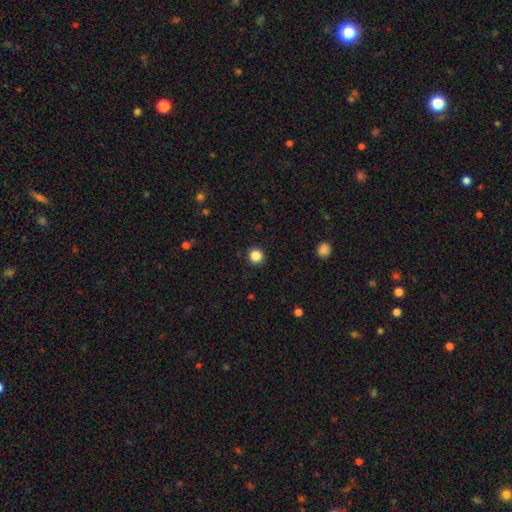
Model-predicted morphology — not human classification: smooth-or-featured: smooth: 86% | star or artifact: 11% | featured or disk: 3%
  how-rounded: round: 95% | in between: 4% | cigar-shaped: 1%
  merging: none: 92% | minor disturbance: 5% | major disturbance: 2% | merger: 1%